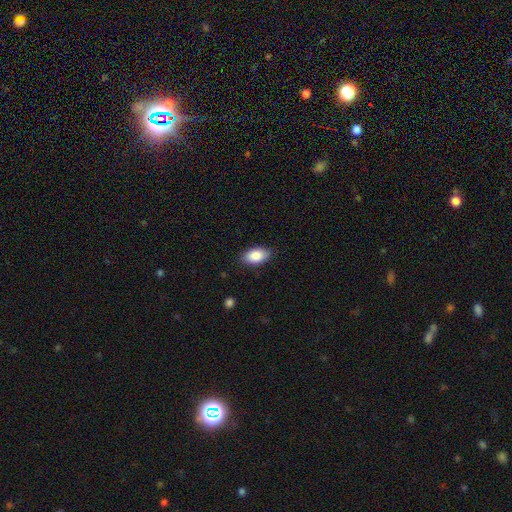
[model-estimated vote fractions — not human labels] smooth-or-featured: smooth: 87% | star or artifact: 7% | featured or disk: 6%
  how-rounded: in between: 93% | round: 5% | cigar-shaped: 2%
  merging: none: 86% | minor disturbance: 11% | major disturbance: 2% | merger: 1%